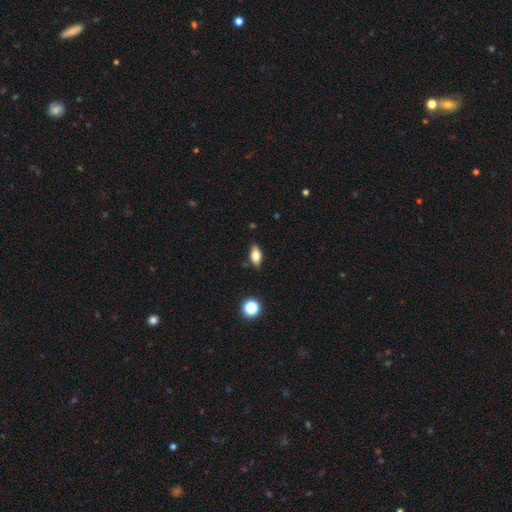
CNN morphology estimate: This is likely a smooth galaxy (75%). How rounded: clearly in between (86%). Merging: clearly none (85%).